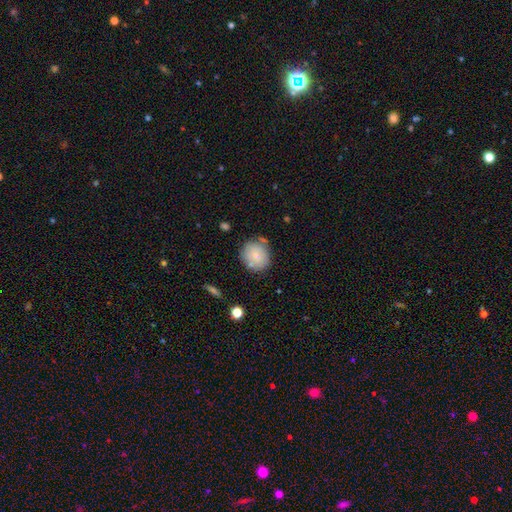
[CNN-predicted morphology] Smooth or featured: smooth — 74% (featured or disk — 18%)
How rounded: round — 80% (in between — 19%)
Merging: none — 71% (minor disturbance — 17%)